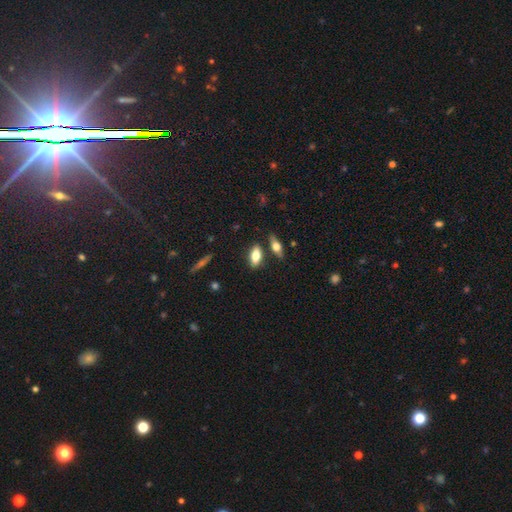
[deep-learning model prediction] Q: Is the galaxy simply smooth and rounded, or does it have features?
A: smooth — 69%.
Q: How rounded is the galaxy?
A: in between — 80%.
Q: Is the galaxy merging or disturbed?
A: none — 78%.